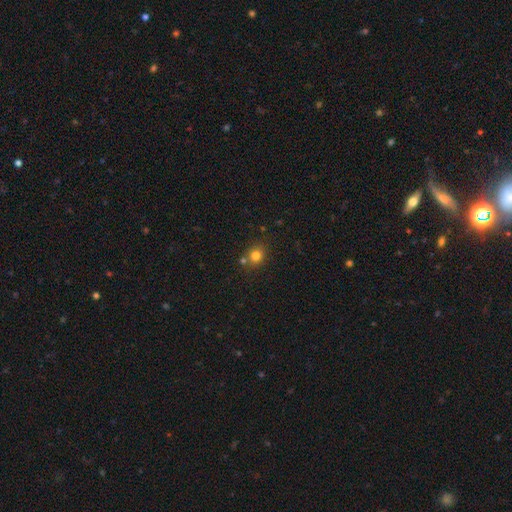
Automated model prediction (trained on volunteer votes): Smooth or featured? smooth (79%)
How rounded? round (79%)
Merging? none (69%)